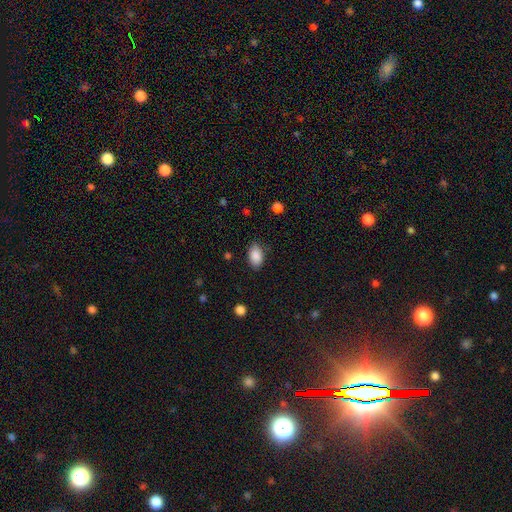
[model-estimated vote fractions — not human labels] Q: Smooth or featured?
A: smooth (88%); runner-up: star or artifact (7%)
Q: How rounded?
A: in between (91%); runner-up: round (8%)
Q: Merging?
A: none (82%); runner-up: minor disturbance (13%)